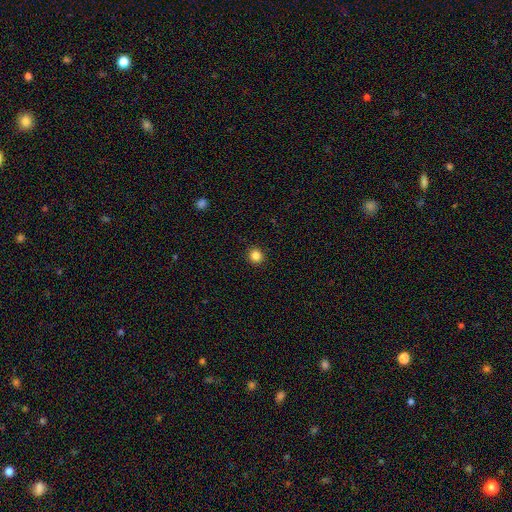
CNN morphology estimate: Q: Smooth or featured?
A: smooth (84%); runner-up: star or artifact (12%)
Q: How rounded?
A: round (93%); runner-up: in between (6%)
Q: Merging?
A: none (93%); runner-up: minor disturbance (5%)